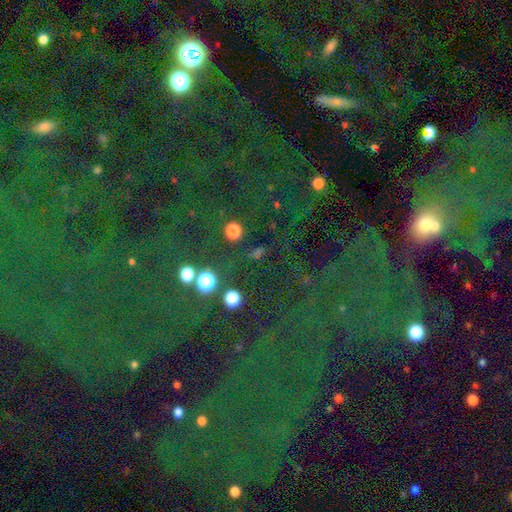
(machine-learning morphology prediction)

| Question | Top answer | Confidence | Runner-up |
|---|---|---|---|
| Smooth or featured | star or artifact | 79% | smooth (12%) |